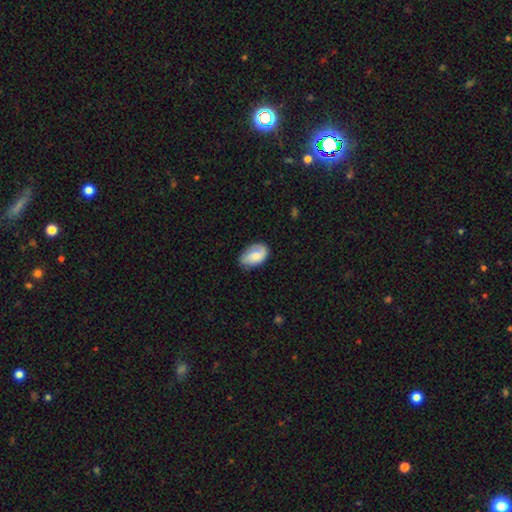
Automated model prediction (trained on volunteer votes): A smooth galaxy with no disk features (72%) that is in between round and cigar-shaped (91%).

Vote fractions:
- Smooth or featured? smooth: 72% / featured or disk: 21% / star or artifact: 7%
- How rounded? in between: 91% / round: 7% / cigar-shaped: 2%
- Merging? none: 65% / minor disturbance: 28% / major disturbance: 6% / merger: 1%